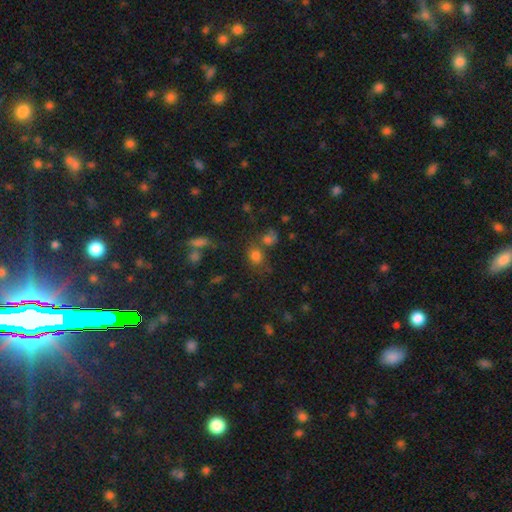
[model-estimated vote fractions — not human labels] smooth 72%, star or artifact 19%, featured or disk 9%. Down the decision tree: how rounded — round (62%); merging — none (53%).